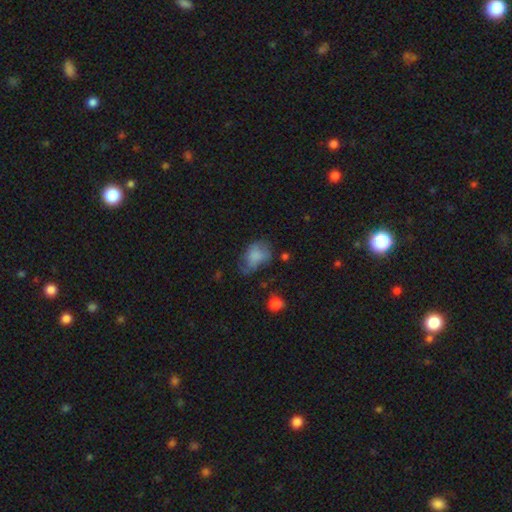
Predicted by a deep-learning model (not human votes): Smooth or featured?
  - smooth: 67% *
  - featured or disk: 22%
  - star or artifact: 11%
How rounded?
  - in between: 77% *
  - round: 22%
  - cigar-shaped: 1%
Merging?
  - none: 33% *
  - minor disturbance: 32%
  - major disturbance: 31%
  - merger: 4%